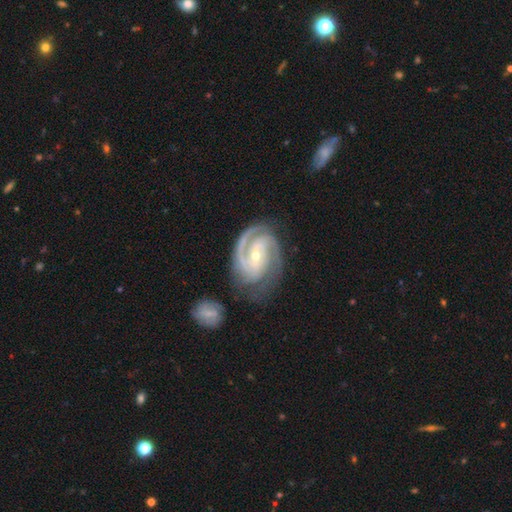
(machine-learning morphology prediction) The model was most divided on "bar": weak: 39%, no: 34%, strong: 28%. More confident: spiral arms — yes (98%); edge-on disk — no (98%); smooth or featured — featured or disk (91%); merging — none (66%); bulge size — small (60%); spiral winding — tight (59%); spiral arm count — 2 (54%).